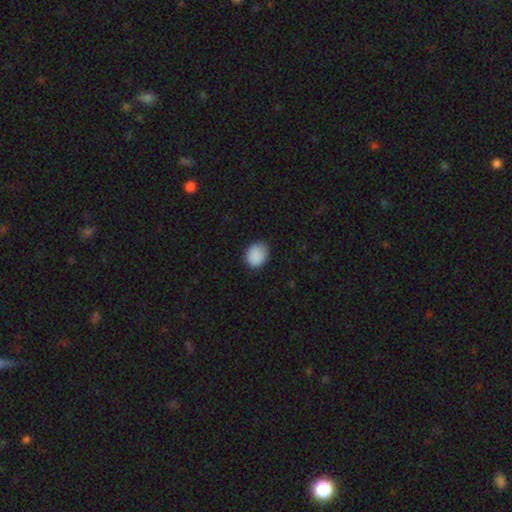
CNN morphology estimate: Smooth or featured? Predicted: smooth (p=0.89). How rounded? Predicted: round (p=0.50). Merging? Predicted: none (p=0.77).